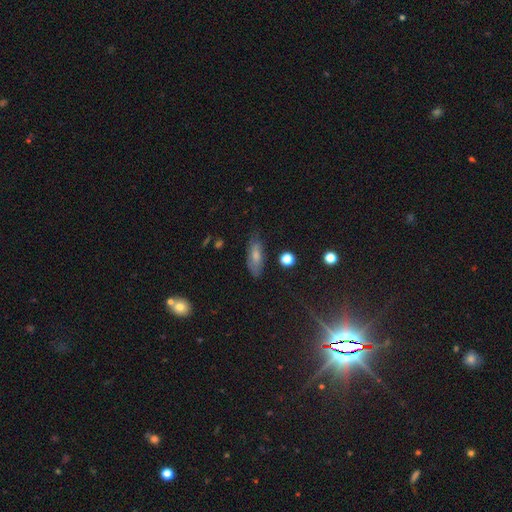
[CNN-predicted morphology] type=smooth (65%); roundness=in between (70%); merging=none (72%).